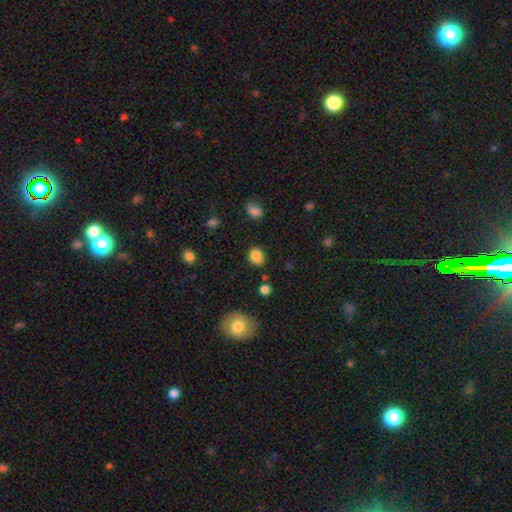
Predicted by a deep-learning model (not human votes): smooth-or-featured: smooth: 84% | star or artifact: 11% | featured or disk: 5%
  how-rounded: round: 52% | in between: 47% | cigar-shaped: 1%
  merging: none: 76% | minor disturbance: 17% | major disturbance: 4% | merger: 3%